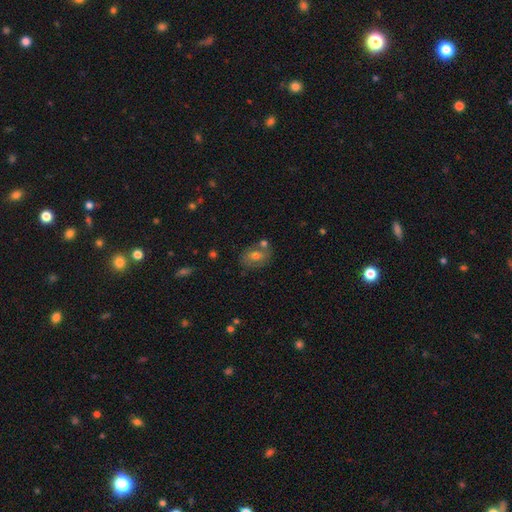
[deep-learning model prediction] Smooth or featured? smooth (59%)
How rounded? in between (71%)
Merging? none (59%)